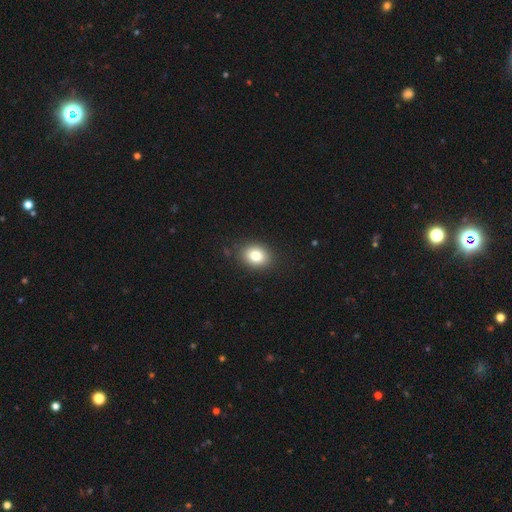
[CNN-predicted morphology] type=smooth (81%); roundness=in between (52%); merging=none (88%).